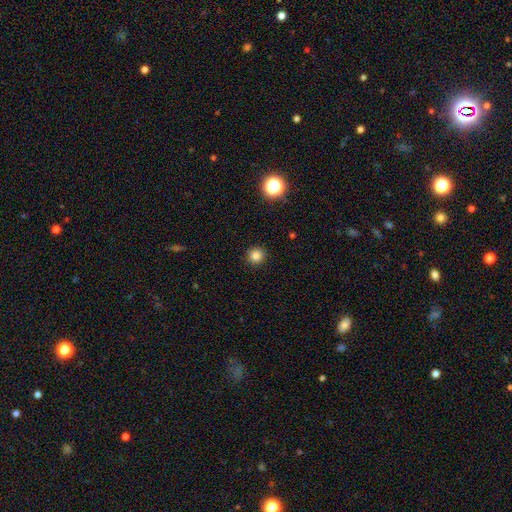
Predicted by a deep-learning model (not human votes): Q: Smooth or featured?
A: smooth (83%); runner-up: star or artifact (13%)
Q: How rounded?
A: round (95%); runner-up: in between (4%)
Q: Merging?
A: none (92%); runner-up: minor disturbance (5%)